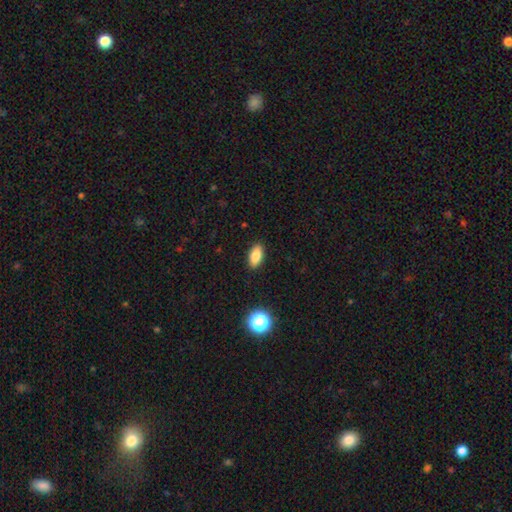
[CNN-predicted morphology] type=smooth (84%); roundness=in between (87%); merging=none (89%).